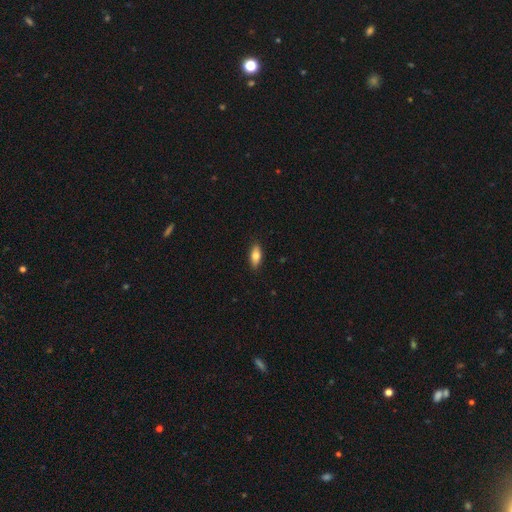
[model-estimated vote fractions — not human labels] smooth_or_featured: smooth (p=0.77) [alt: featured or disk p=0.16]
how_rounded: in between (p=0.82) [alt: cigar-shaped p=0.15]
merging: none (p=0.88) [alt: minor disturbance p=0.09]